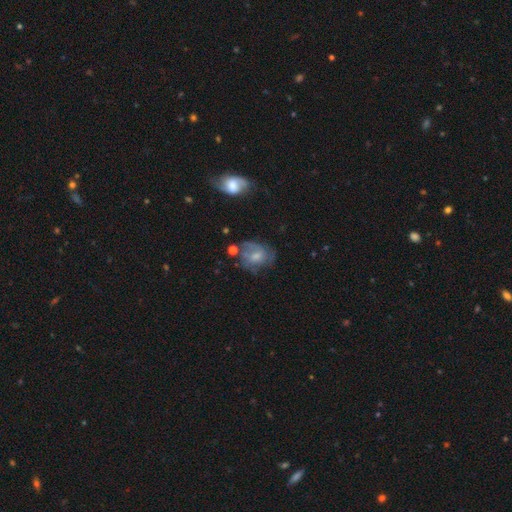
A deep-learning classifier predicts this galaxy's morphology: A featured or disk galaxy (46%). Merging: none (42%).